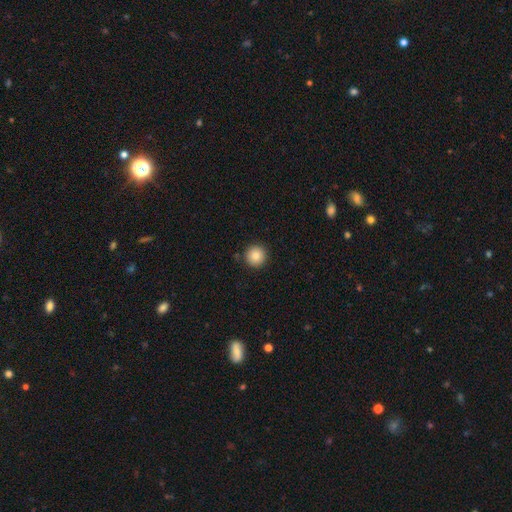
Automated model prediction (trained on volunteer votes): The model was most divided on "smooth or featured": smooth: 86%, star or artifact: 10%, featured or disk: 5%. More confident: how rounded — round (96%); merging — none (91%).